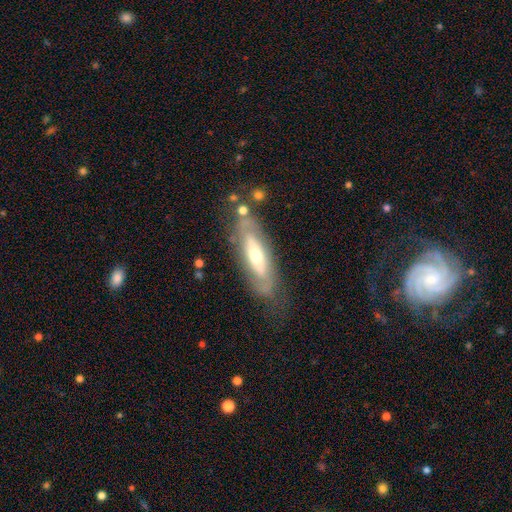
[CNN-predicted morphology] featured or disk 67%, smooth 27%, star or artifact 6%. Down the decision tree: edge-on disk — no (74%); merging — none (67%).